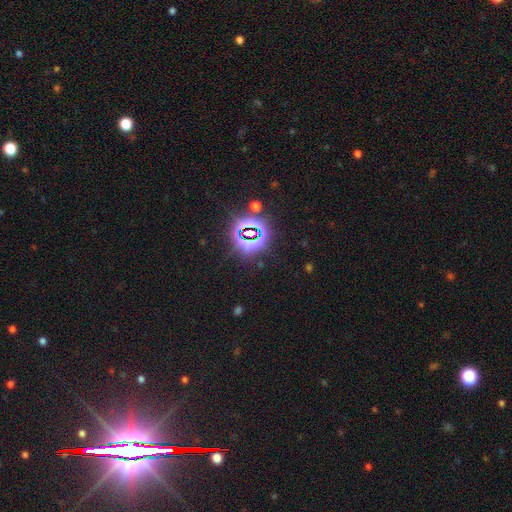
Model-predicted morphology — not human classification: star or artifact 82%, smooth 10%, featured or disk 8%.